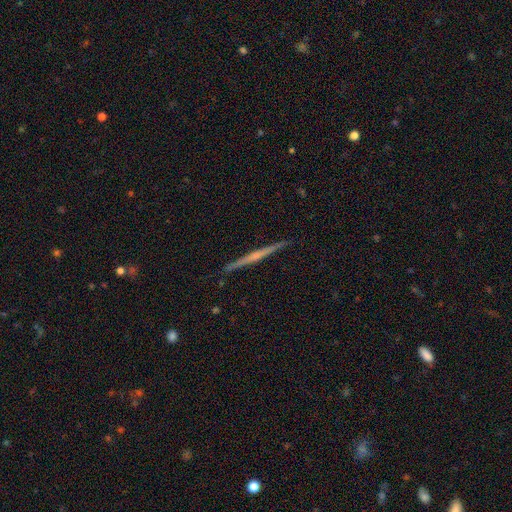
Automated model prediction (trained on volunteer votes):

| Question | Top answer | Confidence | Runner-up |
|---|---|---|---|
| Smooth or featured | featured or disk | 75% | smooth (19%) |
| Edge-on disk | yes | 98% | no (2%) |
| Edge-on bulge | rounded | 48% | none (42%) |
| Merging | none | 92% | minor disturbance (6%) |